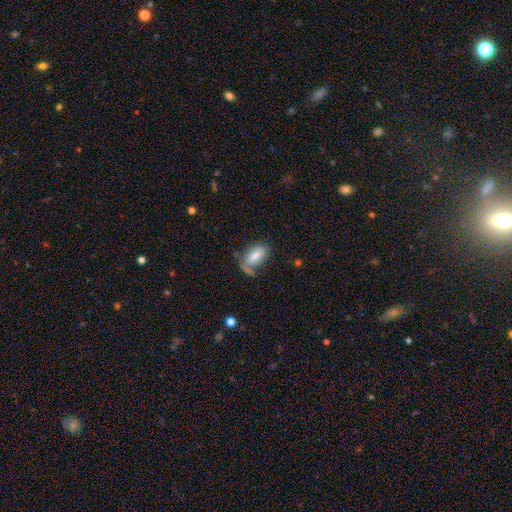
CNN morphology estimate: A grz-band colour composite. It shows a smooth galaxy with no disk features (76%) that is in between round and cigar-shaped (87%). Merging: none (51%).